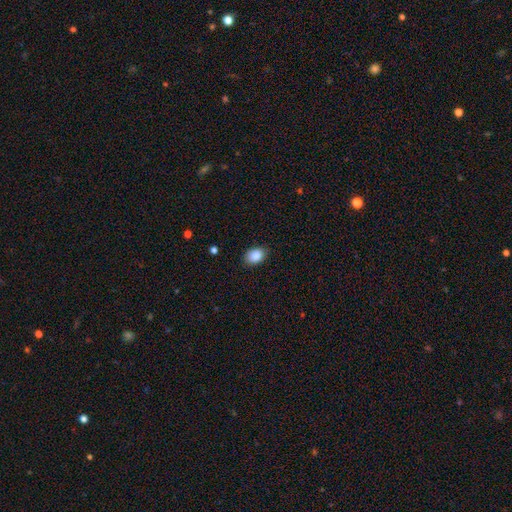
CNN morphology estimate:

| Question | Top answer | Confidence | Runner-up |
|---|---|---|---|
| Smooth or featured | smooth | 88% | star or artifact (8%) |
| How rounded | in between | 74% | round (25%) |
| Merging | none | 85% | minor disturbance (11%) |